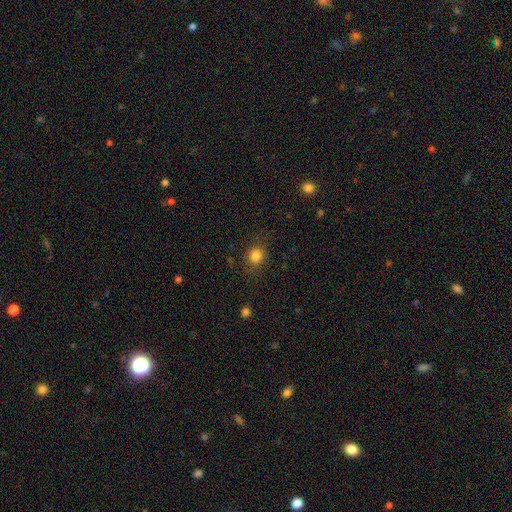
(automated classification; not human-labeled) smooth_or_featured: smooth (p=0.82) [alt: star or artifact p=0.12]
how_rounded: round (p=0.76) [alt: in between p=0.23]
merging: none (p=0.83) [alt: minor disturbance p=0.12]